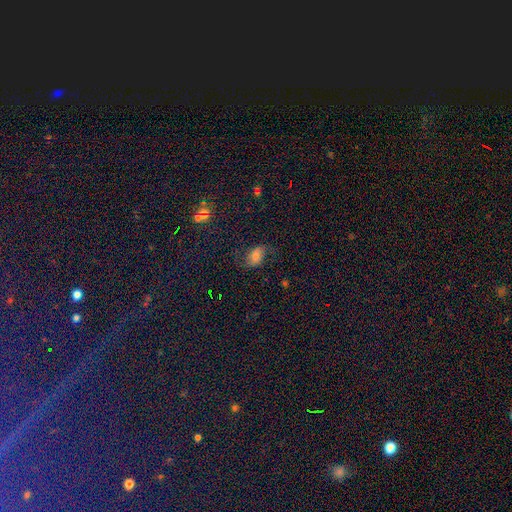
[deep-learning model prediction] Smooth or featured: smooth — 41% (tied with featured or disk — 41%)
Merging: none — 69% (minor disturbance — 19%)